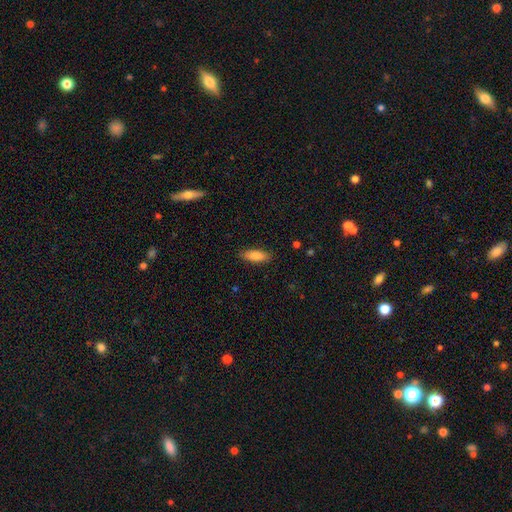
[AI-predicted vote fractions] A smooth galaxy with no disk features (85%) that is in between round and cigar-shaped (71%). Merging: none (86%).